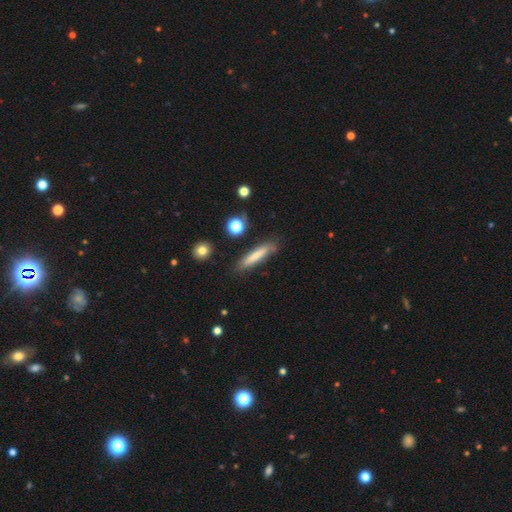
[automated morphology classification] Q: Smooth or featured?
A: smooth (71%); runner-up: featured or disk (21%)
Q: How rounded?
A: cigar-shaped (90%); runner-up: in between (8%)
Q: Merging?
A: none (80%); runner-up: minor disturbance (14%)